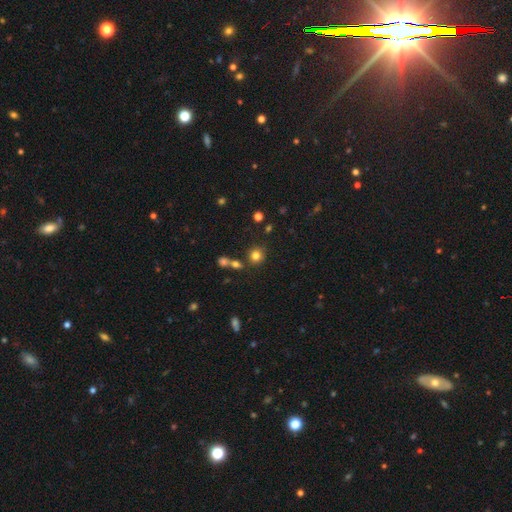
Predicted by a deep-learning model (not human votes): smooth-or-featured: smooth: 79% | star or artifact: 15% | featured or disk: 7%
  how-rounded: round: 89% | in between: 10% | cigar-shaped: 1%
  merging: none: 77% | merger: 11% | minor disturbance: 9% | major disturbance: 3%